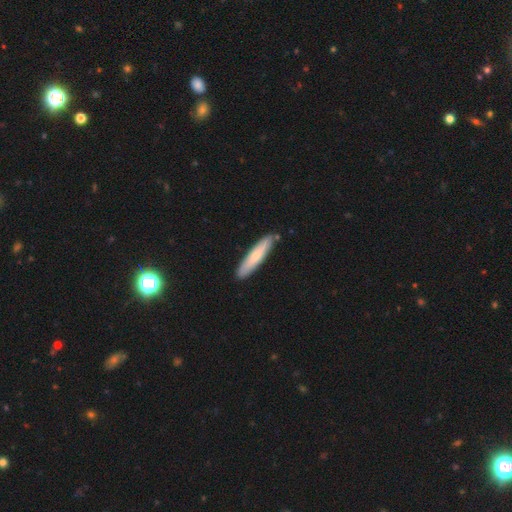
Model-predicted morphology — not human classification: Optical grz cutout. It shows a smooth galaxy with no disk features (67%) that is cigar-shaped (85%). Merging: none (86%).